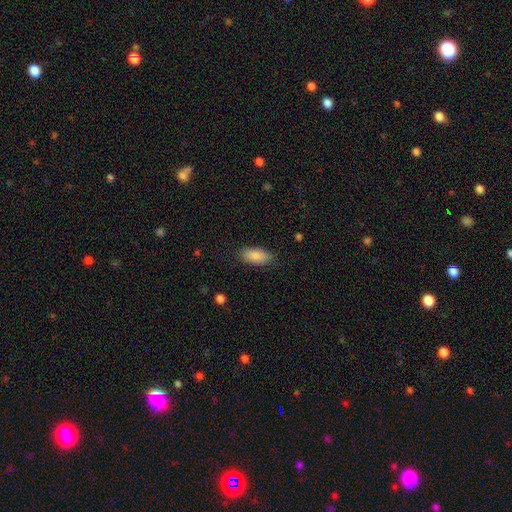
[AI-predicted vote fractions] A smooth galaxy with no disk features (88%) that is in between round and cigar-shaped (89%). Merging: none (85%).